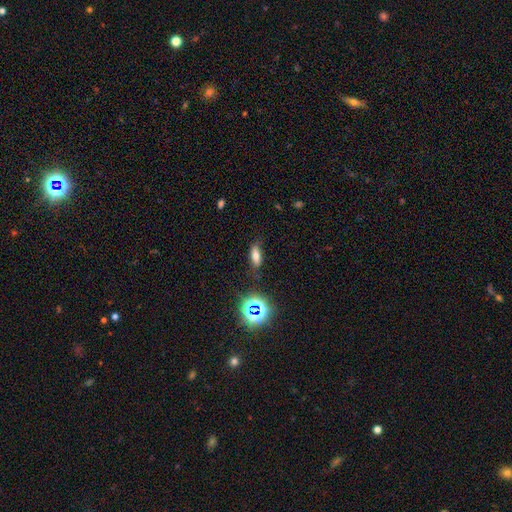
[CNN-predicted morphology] Smooth or featured? Predicted: smooth (p=0.64). How rounded? Predicted: in between (p=0.65). Merging? Predicted: none (p=0.77).